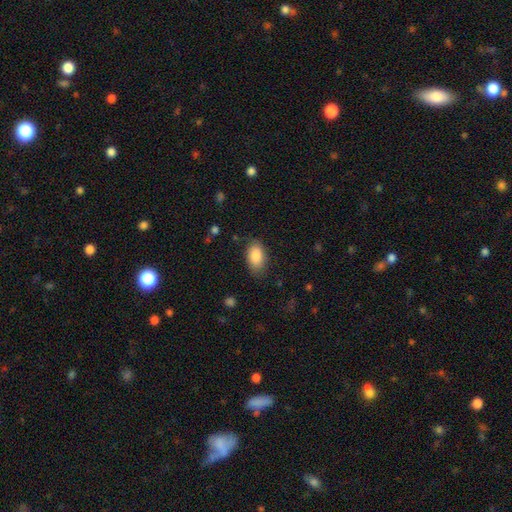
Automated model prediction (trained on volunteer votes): A smooth galaxy with no disk features (87%) that is in between round and cigar-shaped (93%).

Vote fractions:
- Smooth or featured? smooth: 87% / star or artifact: 7% / featured or disk: 6%
- How rounded? in between: 93% / round: 5% / cigar-shaped: 2%
- Merging? none: 80% / minor disturbance: 15% / major disturbance: 4% / merger: 1%